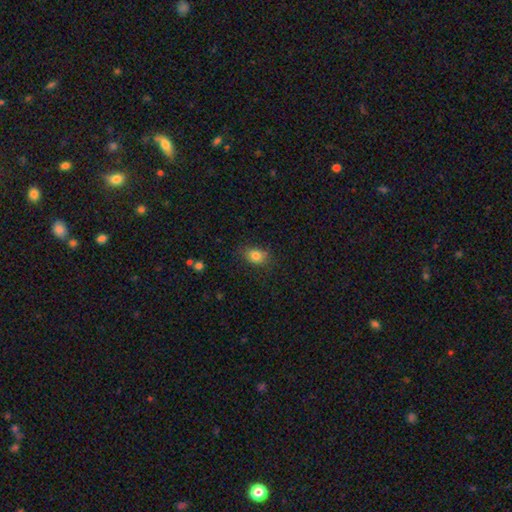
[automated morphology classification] Smooth or featured?
  - smooth: 83% *
  - star or artifact: 10%
  - featured or disk: 7%
How rounded?
  - in between: 67% *
  - round: 31%
  - cigar-shaped: 1%
Merging?
  - none: 78% *
  - minor disturbance: 17%
  - major disturbance: 4%
  - merger: 2%